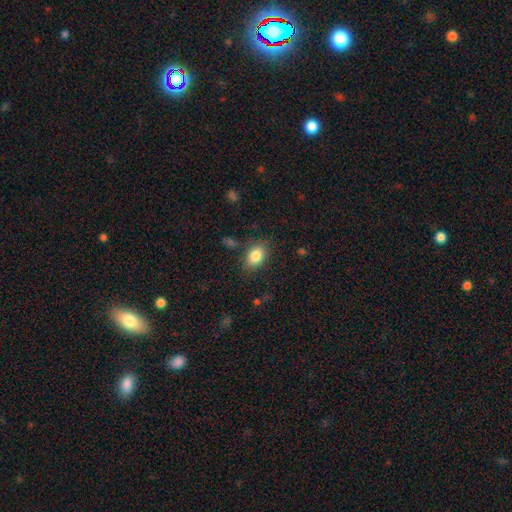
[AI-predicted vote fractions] smooth-or-featured: smooth: 84% | star or artifact: 8% | featured or disk: 8%
  how-rounded: in between: 82% | round: 16% | cigar-shaped: 1%
  merging: none: 81% | minor disturbance: 13% | major disturbance: 4% | merger: 2%